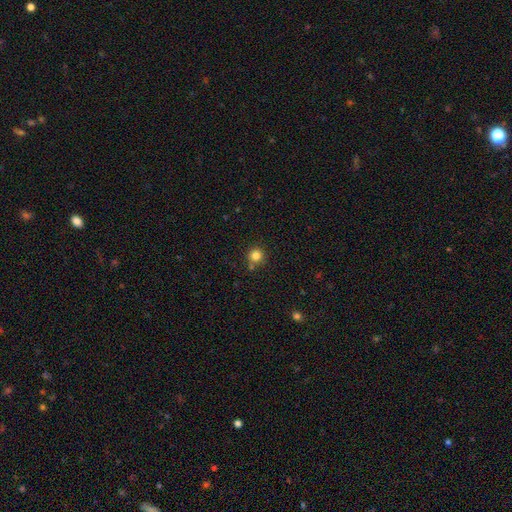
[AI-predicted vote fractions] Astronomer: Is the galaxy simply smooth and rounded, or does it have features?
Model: smooth — 82%.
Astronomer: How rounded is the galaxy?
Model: round — 94%.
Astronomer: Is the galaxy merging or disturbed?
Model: none — 78%.